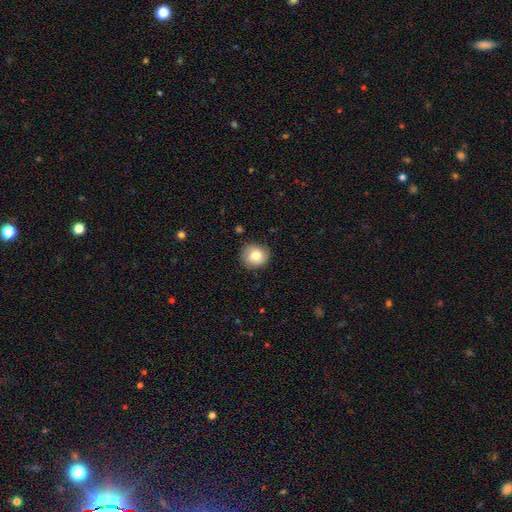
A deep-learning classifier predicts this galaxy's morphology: smooth-or-featured: smooth: 82% | featured or disk: 10% | star or artifact: 8%
  how-rounded: round: 83% | in between: 16% | cigar-shaped: 1%
  merging: none: 82% | minor disturbance: 14% | major disturbance: 3% | merger: 1%